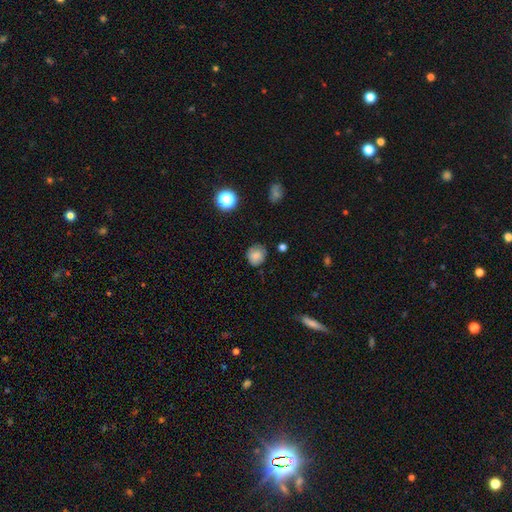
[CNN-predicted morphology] Smooth or featured? smooth (83%)
How rounded? round (79%)
Merging? none (74%)